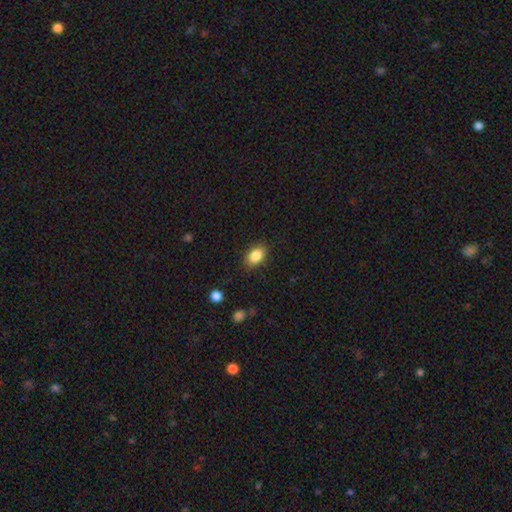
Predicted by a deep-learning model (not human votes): A smooth galaxy with no disk features (85%) that is in between round and cigar-shaped (86%).

Vote fractions:
- Smooth or featured? smooth: 85% / star or artifact: 8% / featured or disk: 6%
- How rounded? in between: 86% / round: 12% / cigar-shaped: 2%
- Merging? none: 85% / minor disturbance: 11% / major disturbance: 3% / merger: 1%